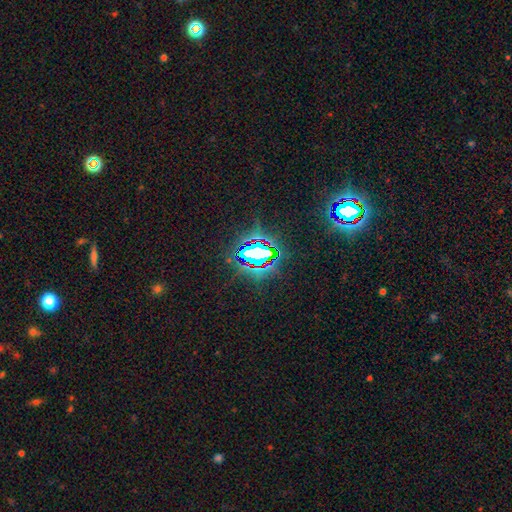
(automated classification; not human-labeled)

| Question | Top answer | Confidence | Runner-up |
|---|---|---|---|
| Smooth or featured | star or artifact | 82% | smooth (10%) |